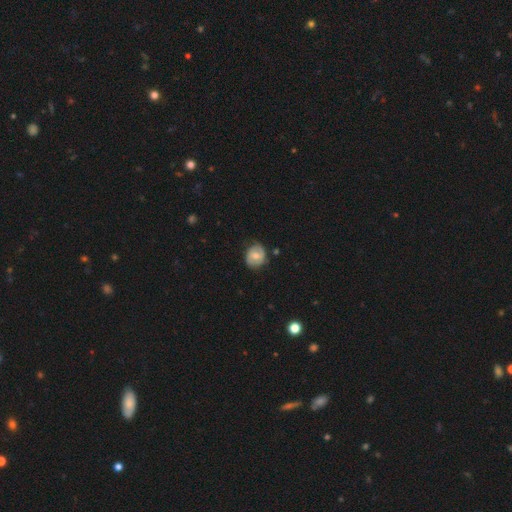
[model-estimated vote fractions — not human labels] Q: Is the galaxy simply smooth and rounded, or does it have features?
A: featured or disk — 48%.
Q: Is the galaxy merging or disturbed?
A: none — 74%.